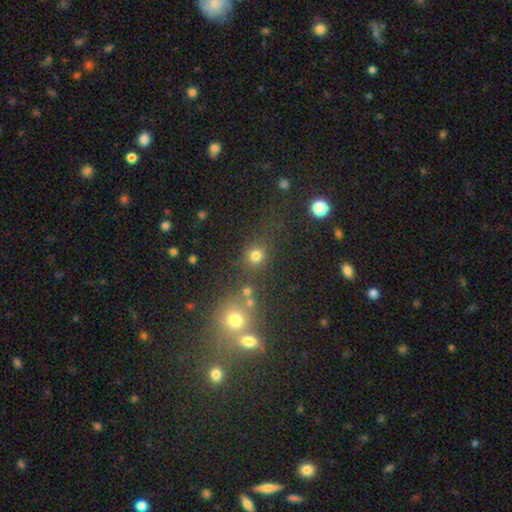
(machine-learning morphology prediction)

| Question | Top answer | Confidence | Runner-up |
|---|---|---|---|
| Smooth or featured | smooth | 75% | star or artifact (18%) |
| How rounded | round | 88% | in between (11%) |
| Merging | none | 73% | merger (11%) |